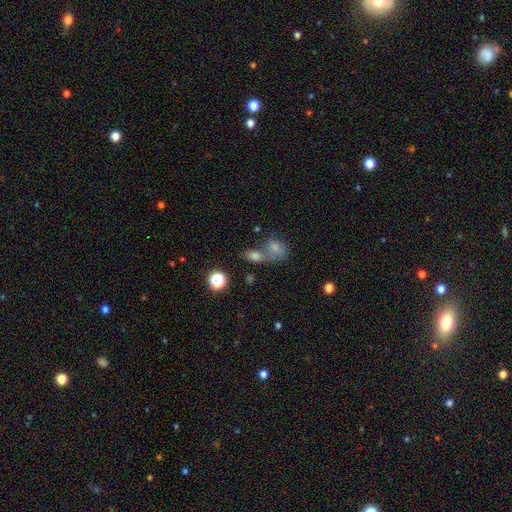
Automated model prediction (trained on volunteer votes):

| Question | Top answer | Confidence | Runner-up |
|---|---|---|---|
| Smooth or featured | smooth | 66% | star or artifact (18%) |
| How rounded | in between | 66% | round (29%) |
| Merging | merger | 54% | none (31%) |